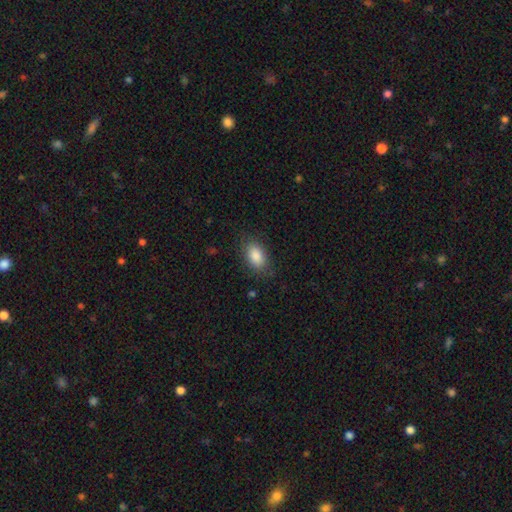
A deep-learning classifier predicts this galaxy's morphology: Smooth or featured: smooth — 87% (star or artifact — 7%)
How rounded: in between — 91% (round — 6%)
Merging: none — 81% (minor disturbance — 14%)